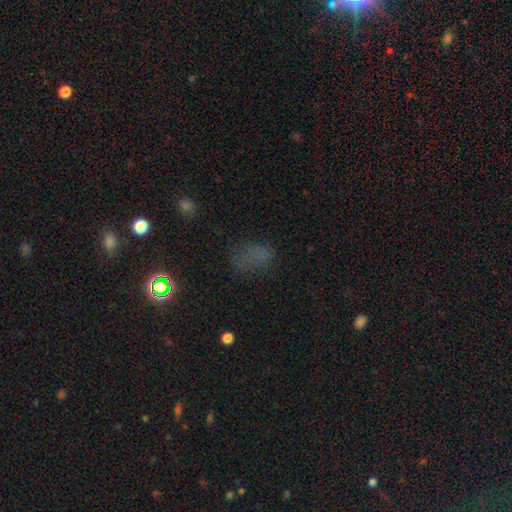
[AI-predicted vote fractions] Smooth or featured? Predicted: smooth (p=0.55). How rounded? Predicted: in between (p=0.77). Merging? Predicted: none (p=0.54).